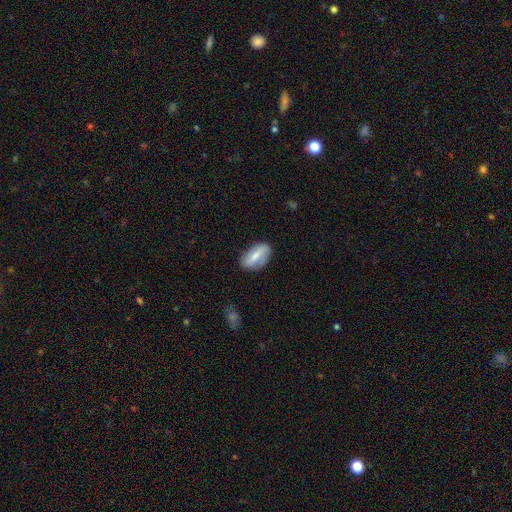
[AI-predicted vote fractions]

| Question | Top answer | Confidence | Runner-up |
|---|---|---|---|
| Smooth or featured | smooth | 58% | featured or disk (35%) |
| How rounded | in between | 88% | cigar-shaped (8%) |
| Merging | none | 78% | minor disturbance (17%) |